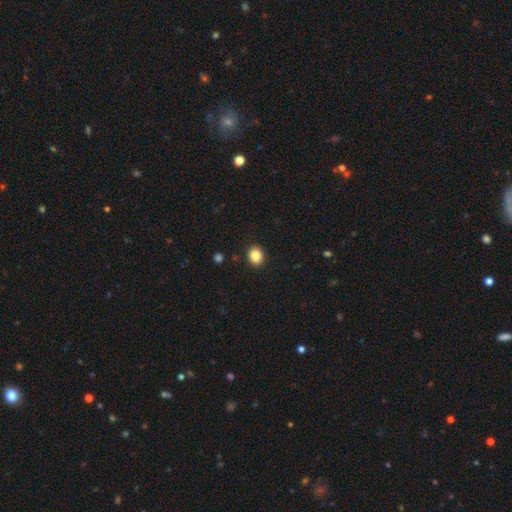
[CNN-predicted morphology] The model was most divided on "how rounded": round: 64%, in between: 35%, cigar-shaped: 1%. More confident: merging — none (91%); smooth or featured — smooth (85%).